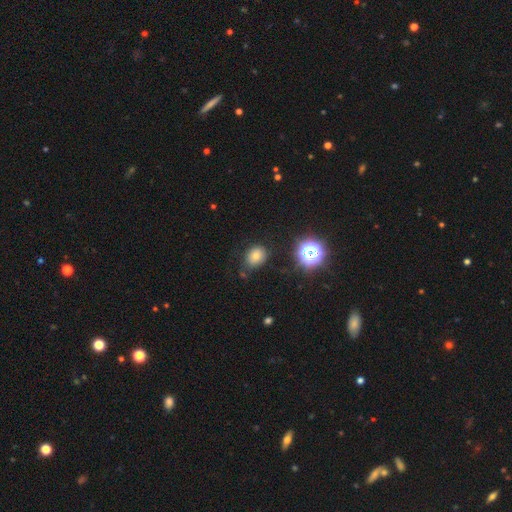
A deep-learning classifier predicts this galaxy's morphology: Q: Smooth or featured?
A: smooth (74%); runner-up: star or artifact (17%)
Q: How rounded?
A: round (55%); runner-up: in between (44%)
Q: Merging?
A: none (75%); runner-up: minor disturbance (17%)